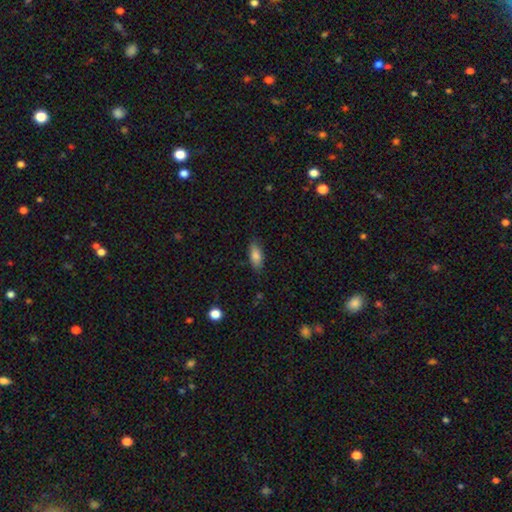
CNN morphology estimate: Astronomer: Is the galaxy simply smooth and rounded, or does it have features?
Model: smooth — 82%.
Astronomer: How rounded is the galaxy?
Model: in between — 81%.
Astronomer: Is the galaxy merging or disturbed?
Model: none — 83%.